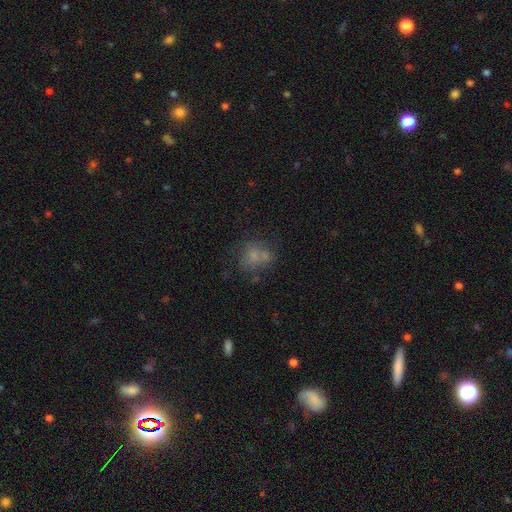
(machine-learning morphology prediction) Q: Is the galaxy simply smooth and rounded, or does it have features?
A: smooth — 58%.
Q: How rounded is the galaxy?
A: round — 62%.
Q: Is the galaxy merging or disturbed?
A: none — 46%.